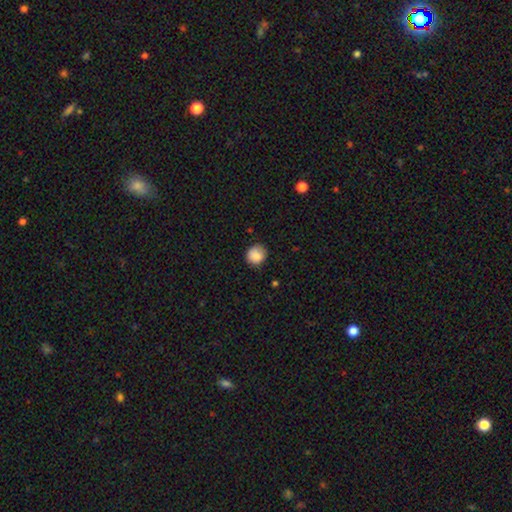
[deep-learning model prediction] Smooth or featured? Predicted: smooth (p=0.86). How rounded? Predicted: round (p=0.86). Merging? Predicted: none (p=0.80).